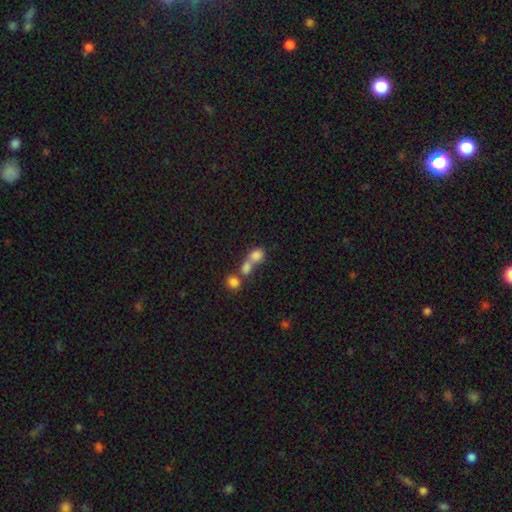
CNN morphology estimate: Overall: smooth (77%). How rounded: round (61%; in between 37%). Merging: merger (61%; none 28%).